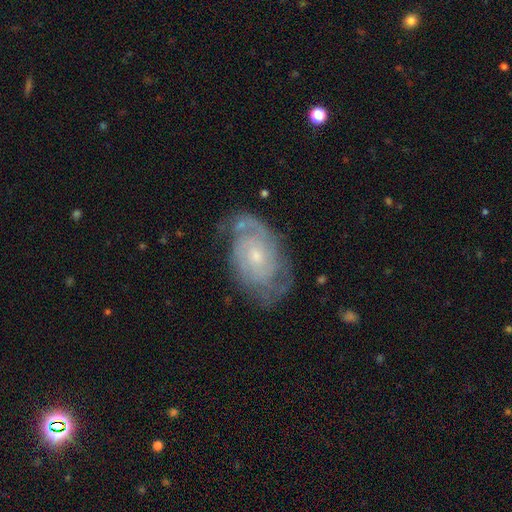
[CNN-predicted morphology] Overall: featured or disk (80%). Edge-on disk: no (96%). Bar: no (71%). Spiral arms: yes (91%). Spiral arm count: 2 (41%; can't tell 35%). Spiral winding: tight (58%; medium 32%). Bulge size: small (61%; moderate 34%). Merging: none (64%).